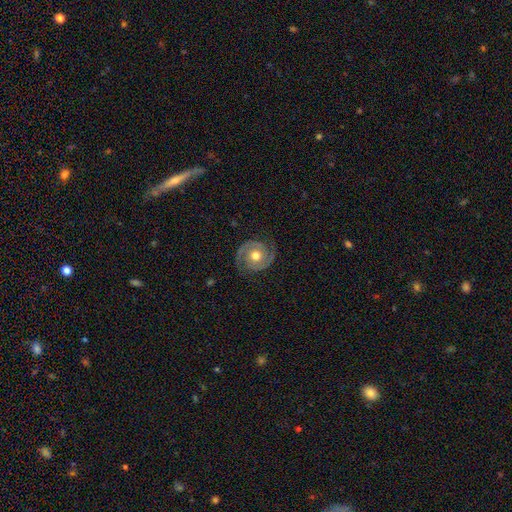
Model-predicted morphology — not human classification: Smooth or featured: featured or disk — 89% (smooth — 6%)
Edge-on disk: no — 98% (yes — 2%)
Bar: no — 76% (weak — 18%)
Spiral arms: yes — 97% (no — 3%)
Spiral winding: tight — 57% (medium — 36%)
Spiral arm count: 2 — 94% (can't tell — 2%)
Bulge size: moderate — 81% (large — 10%)
Merging: none — 84% (minor disturbance — 12%)